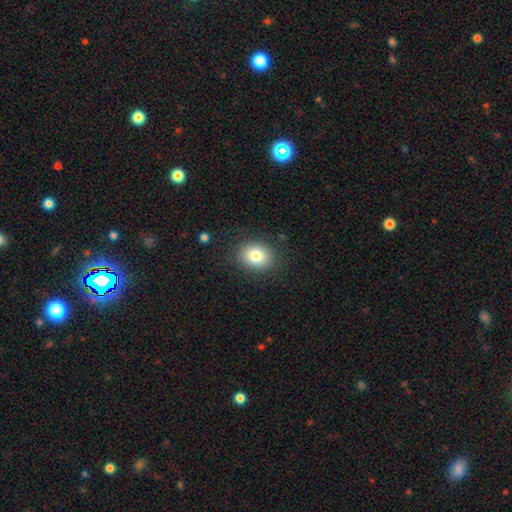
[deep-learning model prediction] Smooth or featured? smooth (82%)
How rounded? round (50%)
Merging? none (85%)